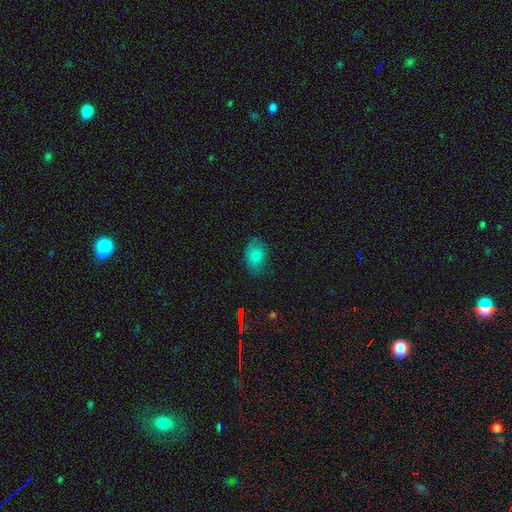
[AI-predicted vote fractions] Smooth or featured?
  - smooth: 77% *
  - star or artifact: 11%
  - featured or disk: 11%
How rounded?
  - in between: 80% *
  - round: 19%
  - cigar-shaped: 1%
Merging?
  - none: 75% *
  - minor disturbance: 20%
  - major disturbance: 4%
  - merger: 1%